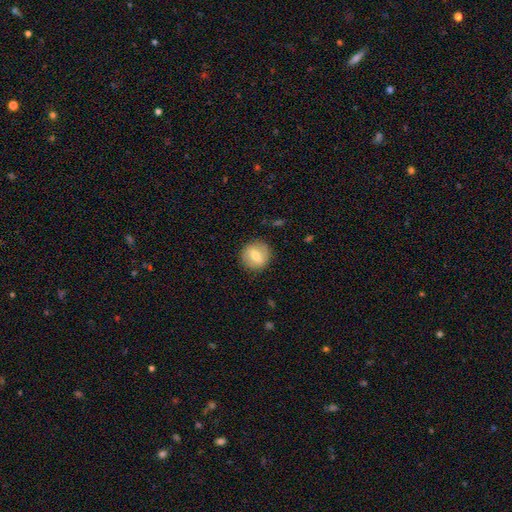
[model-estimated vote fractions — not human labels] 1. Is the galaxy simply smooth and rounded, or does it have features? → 62% smooth, 30% featured or disk, 8% star or artifact.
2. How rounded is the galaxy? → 88% round, 11% in between, 1% cigar-shaped.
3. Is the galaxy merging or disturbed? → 87% none, 9% minor disturbance, 3% major disturbance, 1% merger.